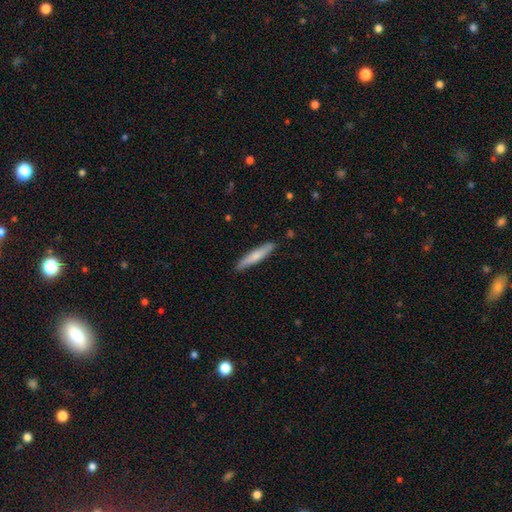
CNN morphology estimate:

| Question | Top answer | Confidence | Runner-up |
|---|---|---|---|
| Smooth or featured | smooth | 68% | featured or disk (27%) |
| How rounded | cigar-shaped | 91% | in between (8%) |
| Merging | none | 88% | minor disturbance (9%) |